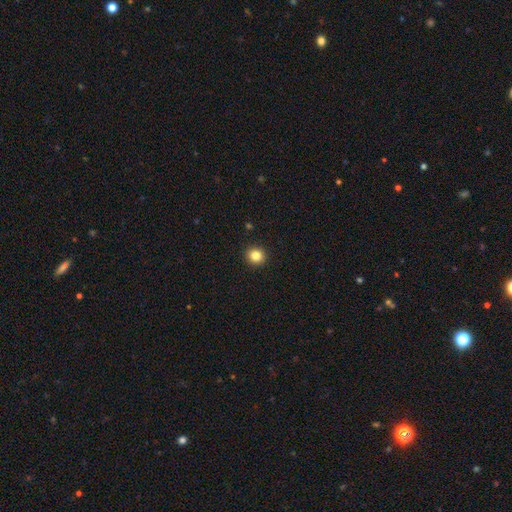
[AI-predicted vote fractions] This appears to be a smooth galaxy with no disk features (84%) that is round (91%). Merging: none (93%).